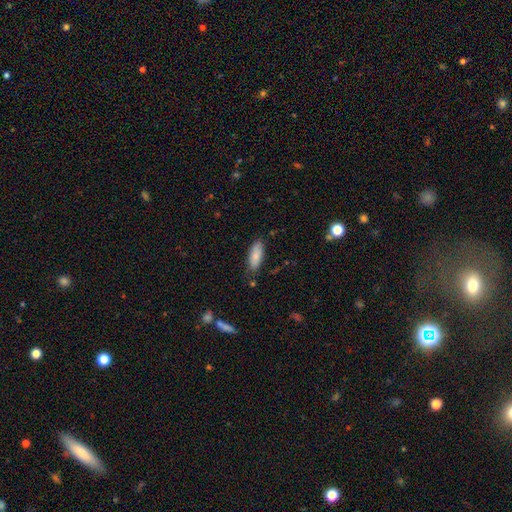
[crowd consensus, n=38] Q: Smooth or featured?
A: smooth (87%); runner-up: featured or disk (11%)
Q: How rounded?
A: in between (85%); runner-up: cigar-shaped (15%)
Q: Merging?
A: none (76%); runner-up: minor disturbance (22%)